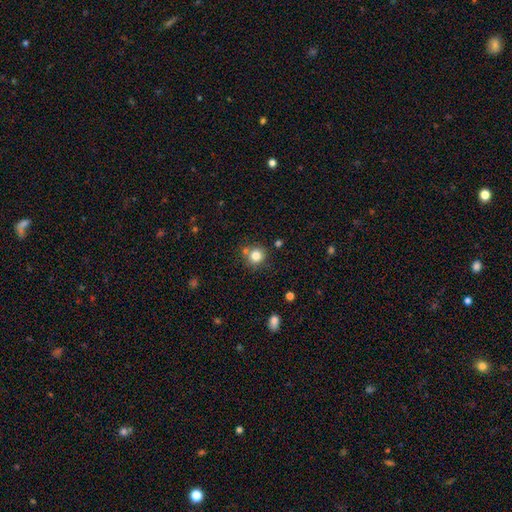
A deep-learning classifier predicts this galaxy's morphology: This is clearly a smooth galaxy (81%). How rounded: clearly round (89%). Merging: likely none (71%).